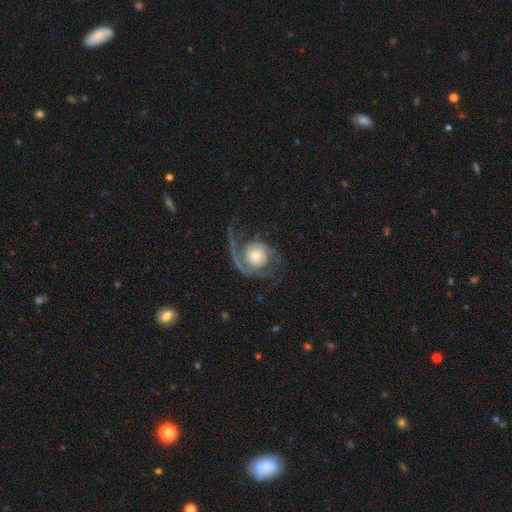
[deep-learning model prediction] A featured or disk galaxy (80%) with no bar (77%), 2 (51%) loose (39%) spiral arms (92%) and a moderate central bulge (53%).

Vote fractions:
- Smooth or featured? featured or disk: 80% / smooth: 14% / star or artifact: 6%
- Edge-on disk? no: 97% / yes: 3%
- Bar? no: 77% / weak: 17% / strong: 5%
- Spiral arms? yes: 92% / no: 8%
- Spiral winding? loose: 39% / medium: 38% / tight: 23%
- Spiral arm count? 2: 51% / 1: 30% / can't tell: 8% / 3: 6% / 4: 3% / more than 4: 2%
- Bulge size? moderate: 53% / small: 34% / large: 10% / dominant: 2% / none: 1%
- Merging? none: 46% / major disturbance: 35% / minor disturbance: 15% / merger: 3%